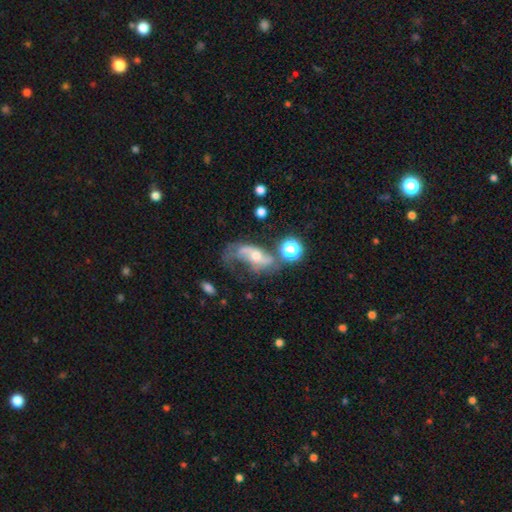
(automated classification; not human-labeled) A featured or disk galaxy (70%) with no bar (53%), 2 (73%) loose (69%) spiral arms (83%) and a moderate central bulge (57%).

Vote fractions:
- Smooth or featured? featured or disk: 70% / smooth: 19% / star or artifact: 11%
- Edge-on disk? no: 92% / yes: 8%
- Bar? no: 53% / weak: 30% / strong: 17%
- Spiral arms? yes: 83% / no: 17%
- Spiral winding? loose: 69% / medium: 24% / tight: 8%
- Spiral arm count? 2: 73% / 1: 16% / can't tell: 9% / 3: 1% / 4: 1% / more than 4: 1%
- Bulge size? moderate: 57% / small: 34% / large: 5% / none: 3% / dominant: 1%
- Merging? major disturbance: 34% / none: 32% / minor disturbance: 20% / merger: 14%